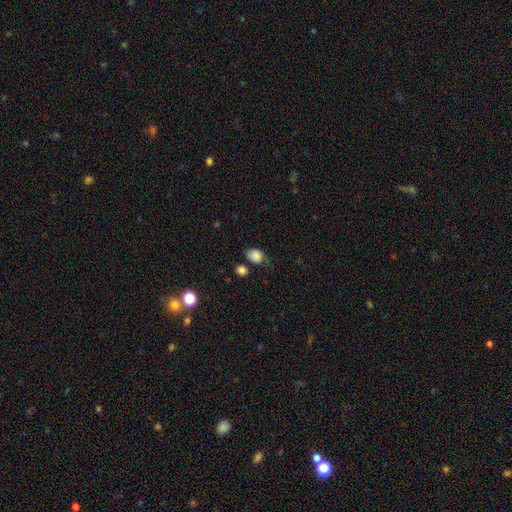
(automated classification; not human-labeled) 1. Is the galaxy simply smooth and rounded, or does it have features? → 82% smooth, 10% star or artifact, 8% featured or disk.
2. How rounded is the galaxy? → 55% in between, 44% round, 1% cigar-shaped.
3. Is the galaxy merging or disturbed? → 48% none, 31% minor disturbance, 14% major disturbance, 7% merger.